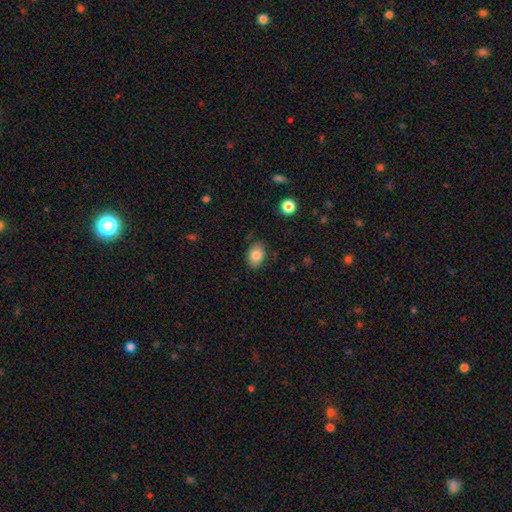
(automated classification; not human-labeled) This is clearly a smooth galaxy (84%). How rounded: likely in between (75%). Merging: clearly none (82%).